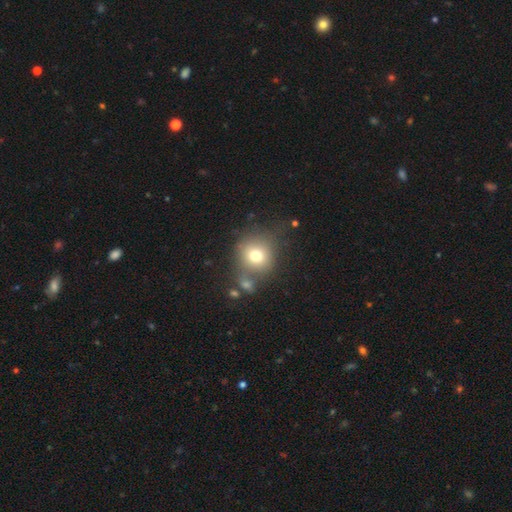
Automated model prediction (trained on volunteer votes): Morphology: type=smooth (73%); roundness=round (86%); merging=none (60%).